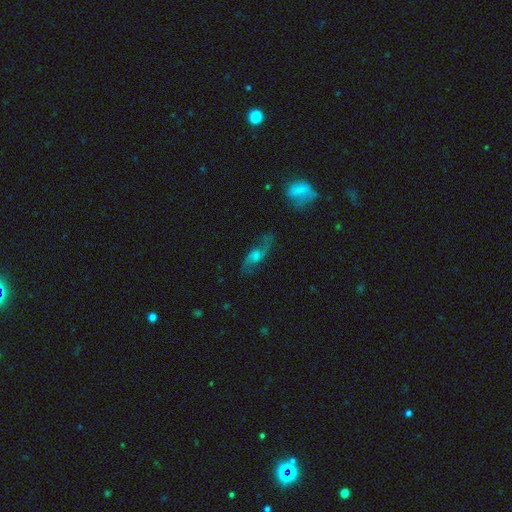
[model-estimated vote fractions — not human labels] Smooth or featured: featured or disk — 71% (smooth — 19%)
Edge-on disk: no — 87% (yes — 13%)
Bar: no — 55% (weak — 37%)
Spiral arms: yes — 92% (no — 8%)
Spiral winding: loose — 68% (medium — 25%)
Spiral arm count: 2 — 90% (can't tell — 4%)
Bulge size: moderate — 45% (small — 26%)
Merging: none — 70% (minor disturbance — 17%)